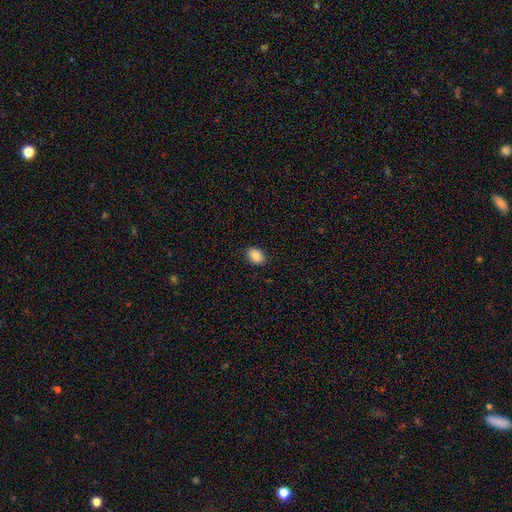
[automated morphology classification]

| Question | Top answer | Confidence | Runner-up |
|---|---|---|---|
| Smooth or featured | smooth | 86% | star or artifact (8%) |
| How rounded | in between | 74% | round (25%) |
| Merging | none | 86% | minor disturbance (11%) |